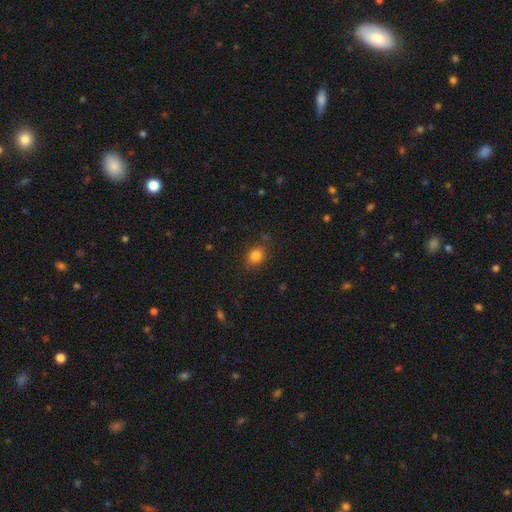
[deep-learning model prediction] A smooth galaxy with no disk features (83%) that is round (51%). Merging: none (82%).